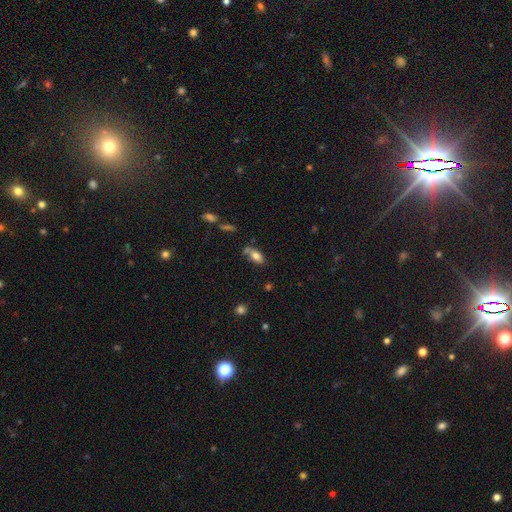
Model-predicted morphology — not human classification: Smooth or featured: smooth — 77% (featured or disk — 13%)
How rounded: in between — 88% (cigar-shaped — 8%)
Merging: none — 57% (minor disturbance — 19%)